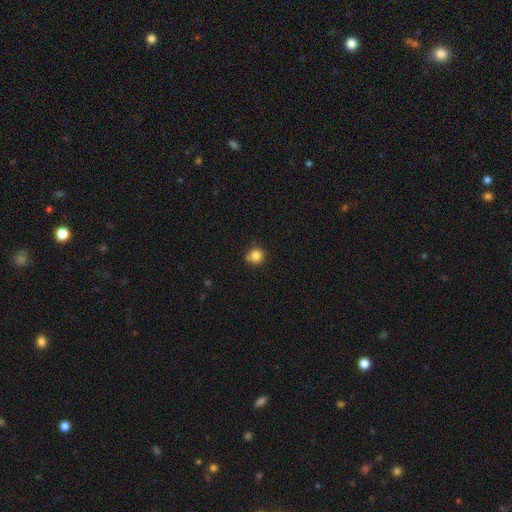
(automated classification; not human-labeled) Smooth or featured? smooth (83%)
How rounded? round (88%)
Merging? none (68%)